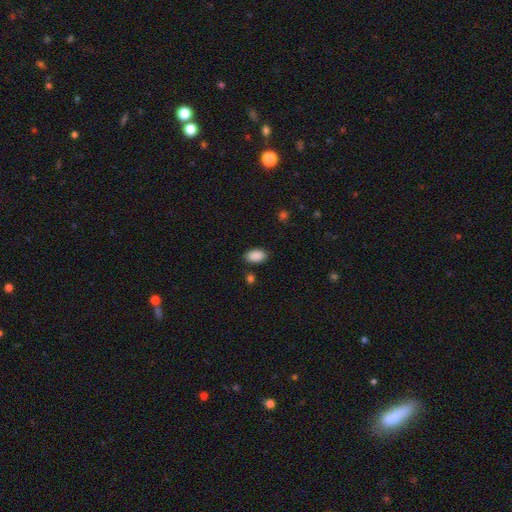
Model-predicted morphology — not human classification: This is clearly a smooth galaxy (90%). How rounded: clearly in between (92%). Merging: clearly none (86%).